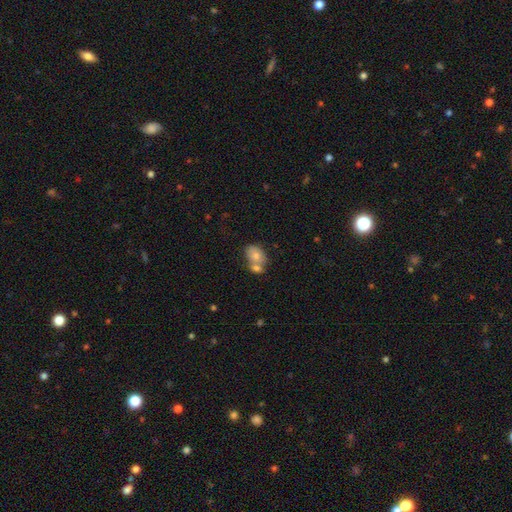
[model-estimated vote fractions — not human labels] This appears to be a smooth galaxy with no disk features (75%) that is in between round and cigar-shaped (71%). Merging: merger (53%).